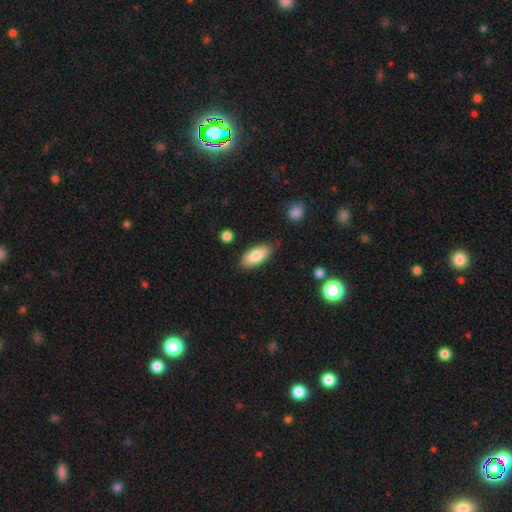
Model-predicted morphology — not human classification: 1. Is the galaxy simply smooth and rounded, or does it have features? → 82% smooth, 12% featured or disk, 6% star or artifact.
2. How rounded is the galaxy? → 85% in between, 13% cigar-shaped, 2% round.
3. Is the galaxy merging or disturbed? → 84% none, 11% minor disturbance, 2% major disturbance, 2% merger.